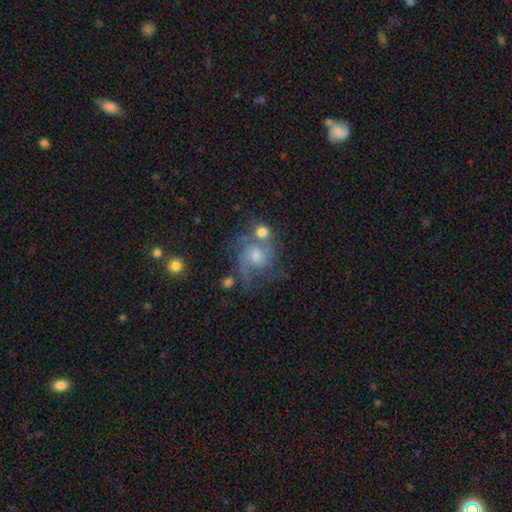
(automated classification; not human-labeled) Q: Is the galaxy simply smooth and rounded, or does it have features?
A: featured or disk — 68%.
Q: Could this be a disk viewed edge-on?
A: no — 98%.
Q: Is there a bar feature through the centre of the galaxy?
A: no — 63%.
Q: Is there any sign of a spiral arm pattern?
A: yes — 89%.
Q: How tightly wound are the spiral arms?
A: medium — 50%.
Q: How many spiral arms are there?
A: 2 — 50%.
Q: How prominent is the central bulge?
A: moderate — 53%.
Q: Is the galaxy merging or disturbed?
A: none — 42%.